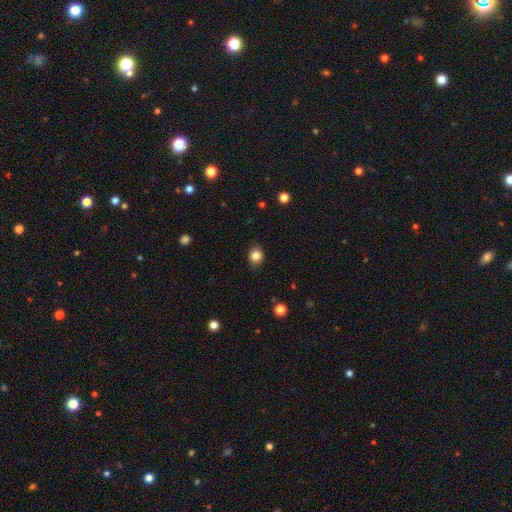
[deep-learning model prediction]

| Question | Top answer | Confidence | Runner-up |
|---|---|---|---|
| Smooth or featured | smooth | 84% | star or artifact (10%) |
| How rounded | round | 59% | in between (40%) |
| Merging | none | 83% | minor disturbance (13%) |